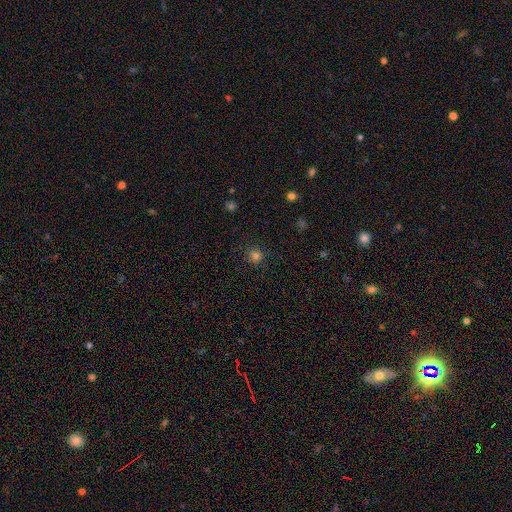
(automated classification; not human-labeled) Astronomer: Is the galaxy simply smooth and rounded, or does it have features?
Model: smooth — 78%.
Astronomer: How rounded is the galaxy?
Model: round — 93%.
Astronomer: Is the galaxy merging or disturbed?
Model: none — 89%.